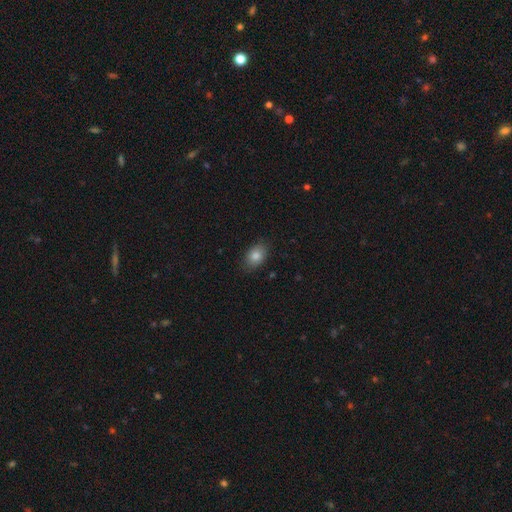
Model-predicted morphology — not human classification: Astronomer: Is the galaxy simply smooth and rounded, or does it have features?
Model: smooth — 84%.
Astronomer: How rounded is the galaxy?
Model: in between — 81%.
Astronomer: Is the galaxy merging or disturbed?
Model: none — 82%.